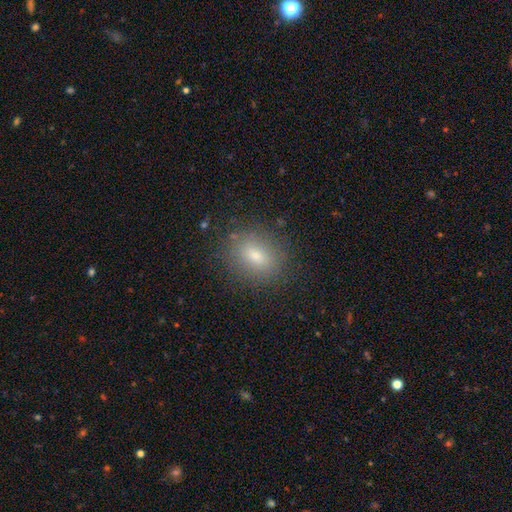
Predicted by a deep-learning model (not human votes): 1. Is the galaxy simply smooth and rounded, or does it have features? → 76% smooth, 13% featured or disk, 11% star or artifact.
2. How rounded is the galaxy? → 63% in between, 35% round, 3% cigar-shaped.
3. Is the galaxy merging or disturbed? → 84% none, 11% minor disturbance, 4% major disturbance, 1% merger.